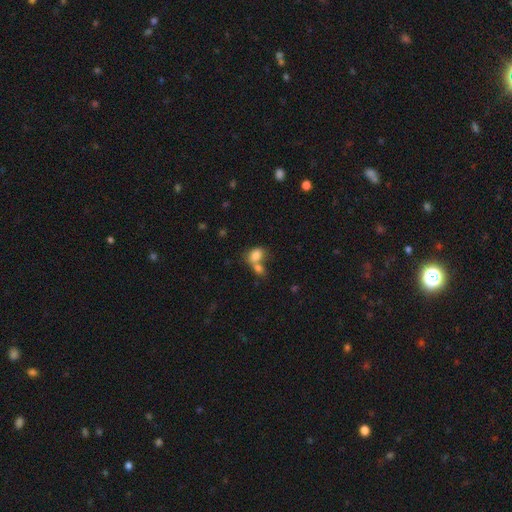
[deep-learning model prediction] Overall: smooth (81%). How rounded: in between (76%). Merging: merger (56%; none 29%).